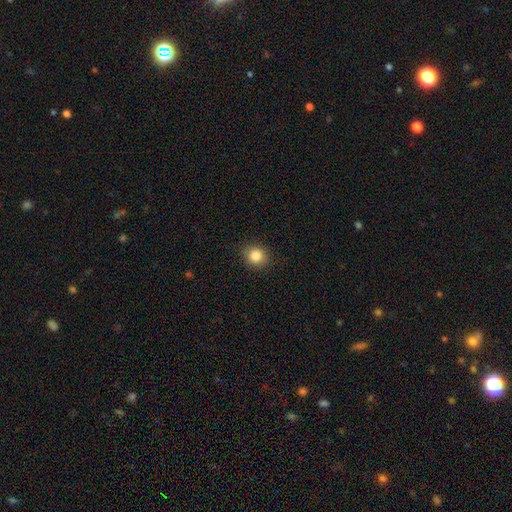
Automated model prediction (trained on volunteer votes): smooth_or_featured: smooth (p=0.84) [alt: star or artifact p=0.10]
how_rounded: round (p=0.77) [alt: in between p=0.22]
merging: none (p=0.89) [alt: minor disturbance p=0.08]